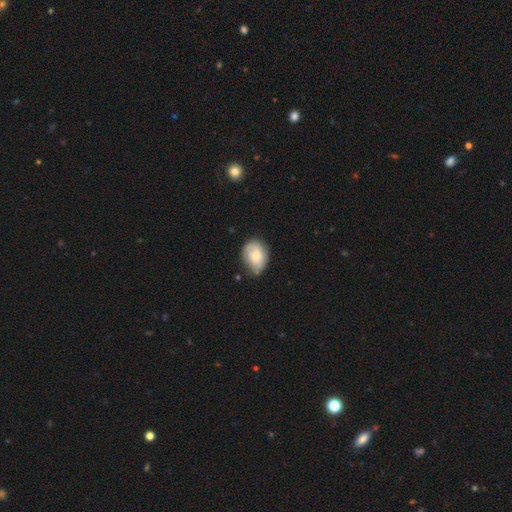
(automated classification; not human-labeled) A smooth galaxy with no disk features (58%) that is in between round and cigar-shaped (65%). Merging: none (61%).